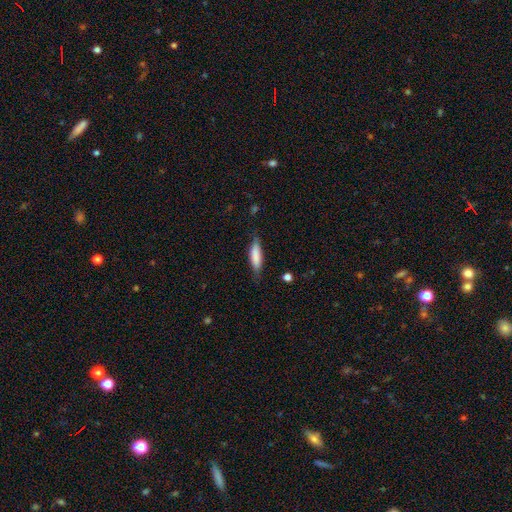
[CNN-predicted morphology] Smooth or featured: smooth — 81% (featured or disk — 13%)
How rounded: cigar-shaped — 60% (in between — 38%)
Merging: none — 75% (minor disturbance — 19%)